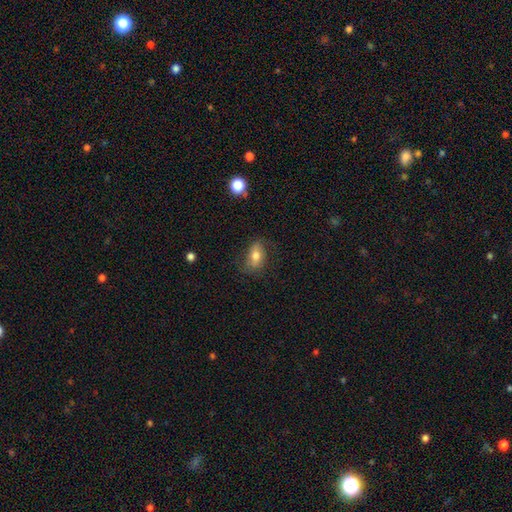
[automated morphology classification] A smooth galaxy with no disk features (70%) that is in between round and cigar-shaped (86%). Merging: none (70%).